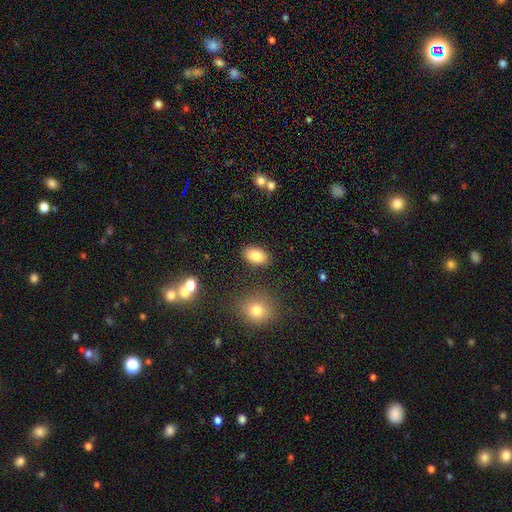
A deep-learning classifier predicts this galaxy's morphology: The model was most divided on "smooth or featured": smooth: 84%, featured or disk: 8%, star or artifact: 8%. More confident: how rounded — in between (91%); merging — none (86%).